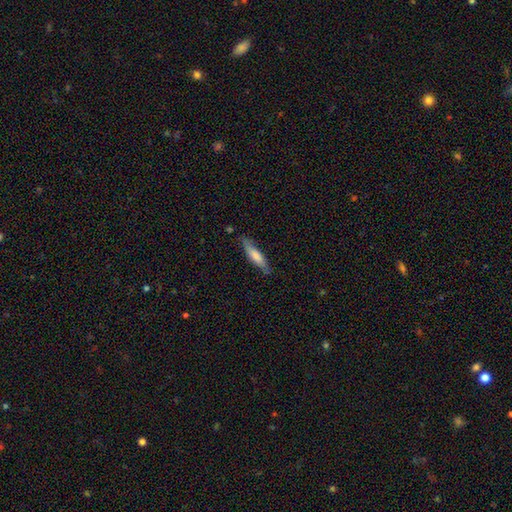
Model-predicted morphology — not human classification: smooth 68%, featured or disk 27%, star or artifact 6%. Down the decision tree: how rounded — cigar-shaped (78%); merging — none (78%).